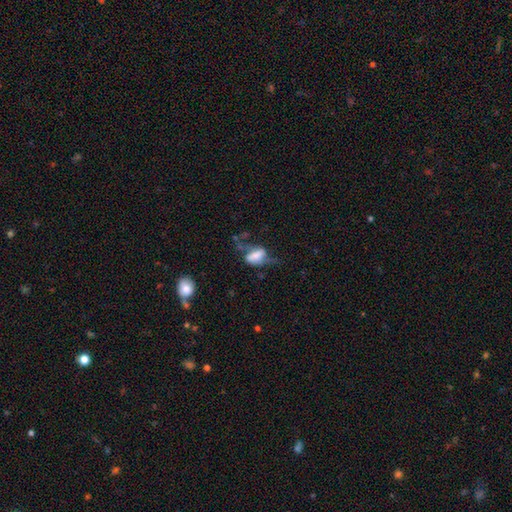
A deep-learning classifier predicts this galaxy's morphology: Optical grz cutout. It shows a smooth galaxy with no disk features (47%). Merging: major disturbance (37%).